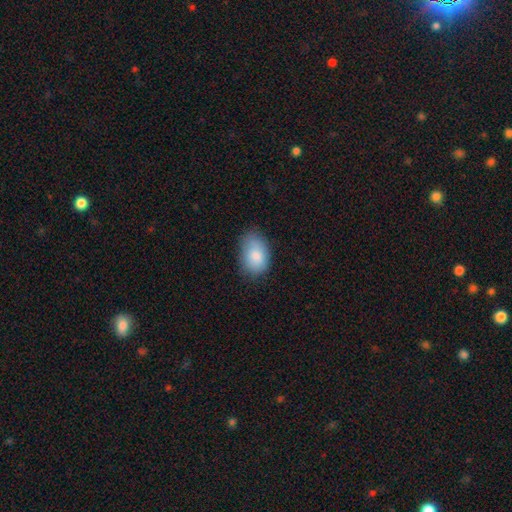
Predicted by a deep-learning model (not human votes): Smooth or featured: smooth — 84% (featured or disk — 9%)
How rounded: in between — 88% (round — 11%)
Merging: none — 70% (minor disturbance — 23%)